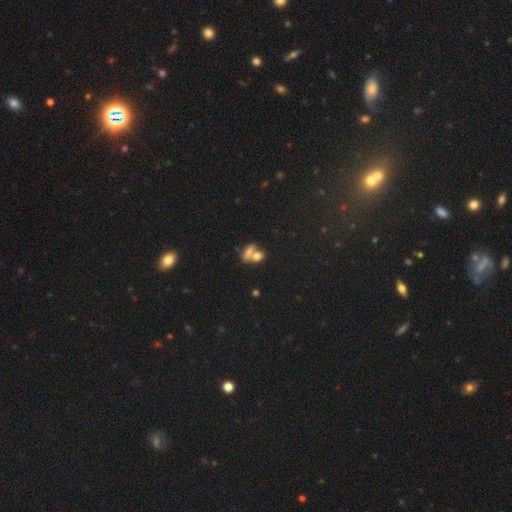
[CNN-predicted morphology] Q: Smooth or featured?
A: smooth (69%); runner-up: featured or disk (16%)
Q: How rounded?
A: in between (59%); runner-up: round (32%)
Q: Merging?
A: merger (53%); runner-up: none (33%)